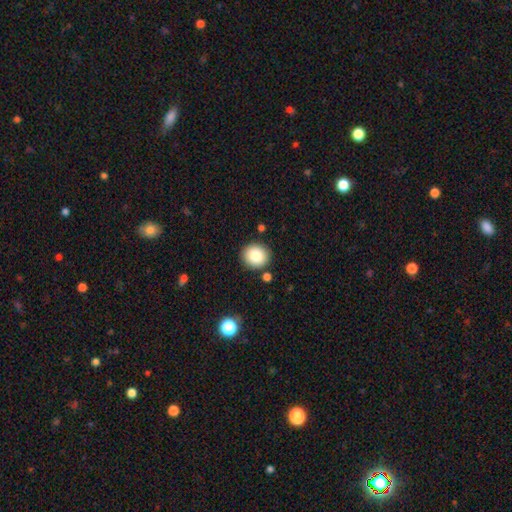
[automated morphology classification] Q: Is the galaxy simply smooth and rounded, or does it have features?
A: smooth — 83%.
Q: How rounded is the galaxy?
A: round — 79%.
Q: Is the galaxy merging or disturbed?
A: none — 86%.